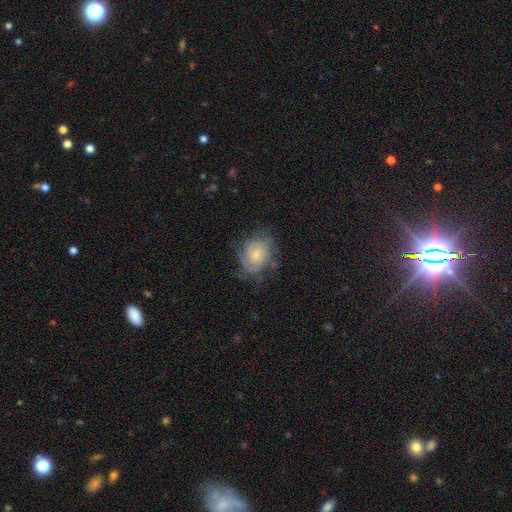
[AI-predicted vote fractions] This appears to be a featured or disk galaxy (51%). Merging: none (53%).